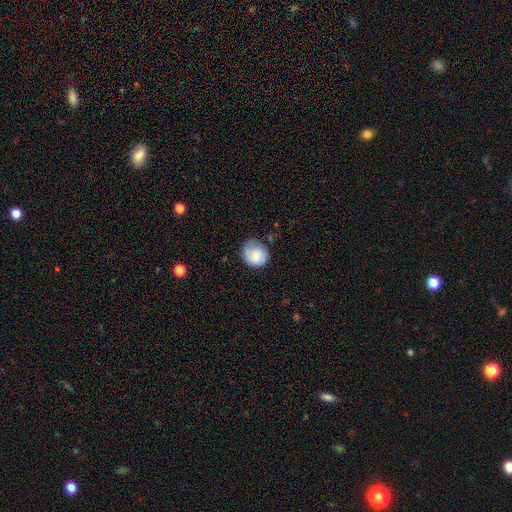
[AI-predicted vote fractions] Morphology: type=smooth (69%); roundness=round (77%); merging=none (61%).